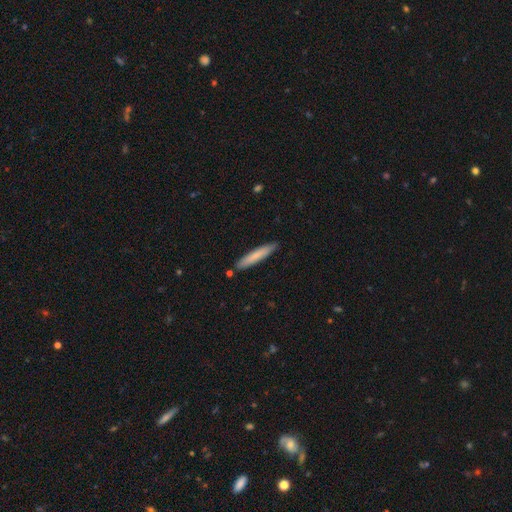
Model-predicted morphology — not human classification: smooth_or_featured: smooth (p=0.77) [alt: featured or disk p=0.18]
how_rounded: cigar-shaped (p=0.92) [alt: in between p=0.07]
merging: none (p=0.87) [alt: minor disturbance p=0.09]